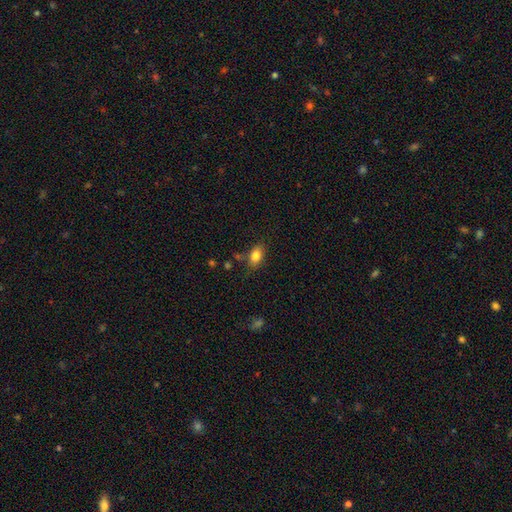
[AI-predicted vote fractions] This is clearly a smooth galaxy (83%). How rounded: clearly in between (84%). Merging: likely none (75%).